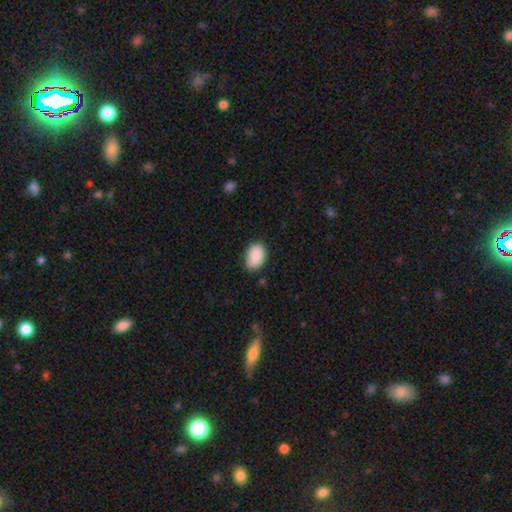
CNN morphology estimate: Smooth or featured?
  - smooth: 90% *
  - star or artifact: 7%
  - featured or disk: 3%
How rounded?
  - in between: 87% *
  - round: 11%
  - cigar-shaped: 1%
Merging?
  - none: 74% *
  - minor disturbance: 21%
  - major disturbance: 4%
  - merger: 1%